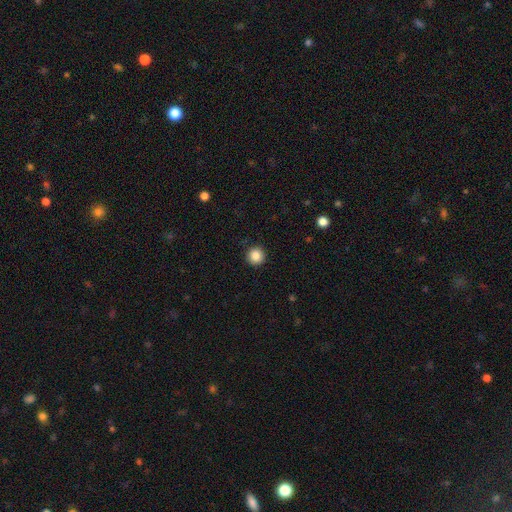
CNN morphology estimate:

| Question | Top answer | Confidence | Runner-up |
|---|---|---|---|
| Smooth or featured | smooth | 87% | star or artifact (10%) |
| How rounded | round | 95% | in between (4%) |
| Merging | none | 92% | minor disturbance (5%) |